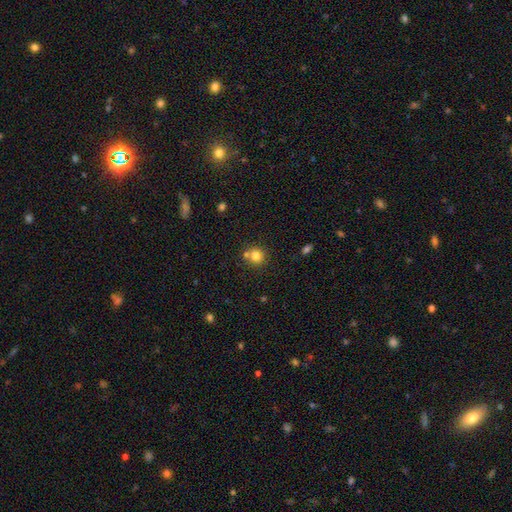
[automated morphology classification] Smooth or featured?
  - smooth: 79% *
  - star or artifact: 12%
  - featured or disk: 9%
How rounded?
  - round: 88% *
  - in between: 12%
  - cigar-shaped: 1%
Merging?
  - none: 62% *
  - merger: 27%
  - minor disturbance: 8%
  - major disturbance: 3%